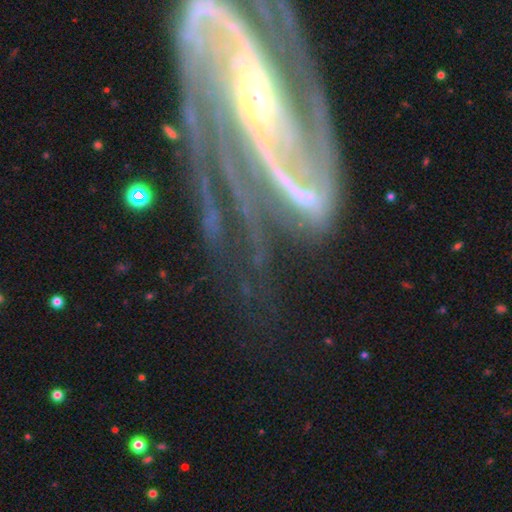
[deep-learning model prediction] Smooth or featured? Predicted: featured or disk (p=0.75). Edge-on disk? Predicted: no (p=0.90). Bar? Predicted: strong (p=0.51). Spiral arms? Predicted: yes (p=0.89). Spiral winding? Predicted: tight (p=0.47). Spiral arm count? Predicted: 2 (p=0.39). Bulge size? Predicted: small (p=0.50). Merging? Predicted: none (p=0.58).